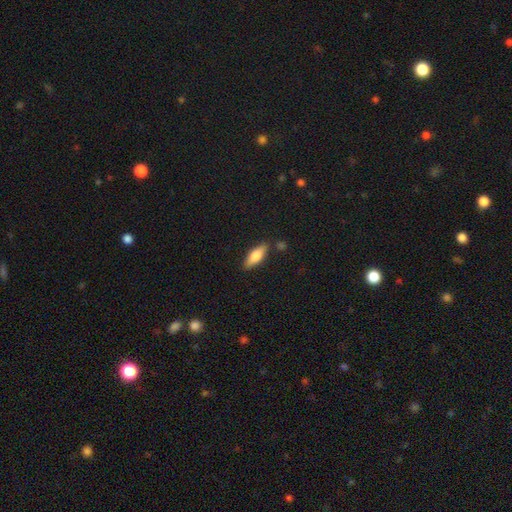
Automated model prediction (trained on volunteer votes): A smooth galaxy with no disk features (72%) that is in between round and cigar-shaped (60%). Merging: none (82%).